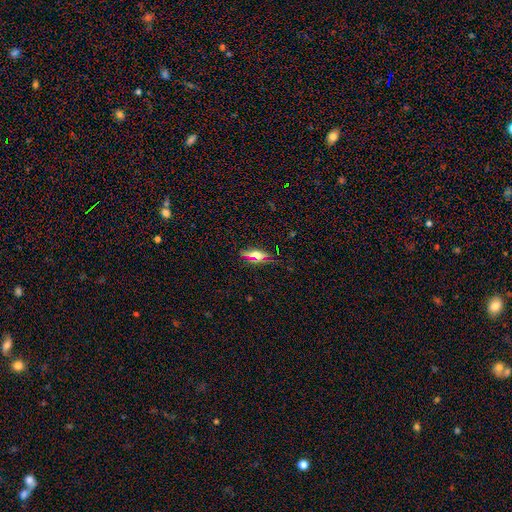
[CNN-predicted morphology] smooth_or_featured: smooth (p=0.53) [alt: featured or disk p=0.29]
how_rounded: in between (p=0.68) [alt: cigar-shaped p=0.25]
merging: none (p=0.82) [alt: minor disturbance p=0.13]